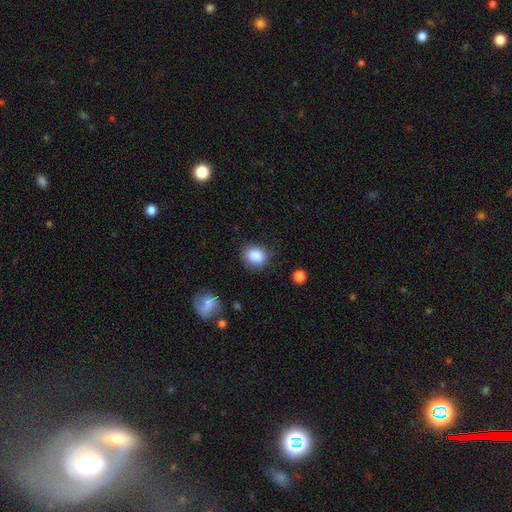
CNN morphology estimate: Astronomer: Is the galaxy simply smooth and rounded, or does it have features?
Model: smooth — 86%.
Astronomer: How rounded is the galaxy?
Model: round — 63%.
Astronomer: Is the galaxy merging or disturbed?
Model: none — 75%.